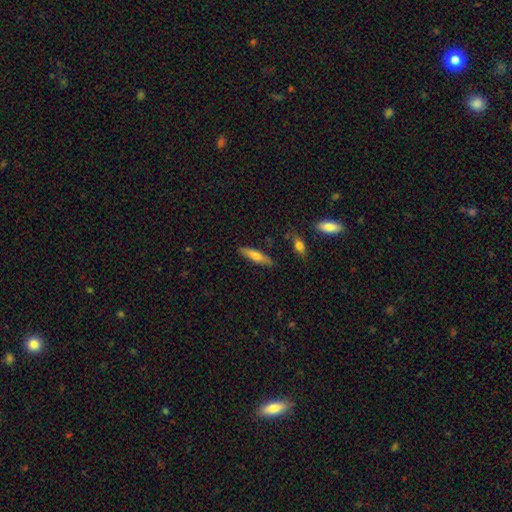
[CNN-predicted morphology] A smooth galaxy with no disk features (65%) that is cigar-shaped (73%).

Vote fractions:
- Smooth or featured? smooth: 65% / featured or disk: 28% / star or artifact: 6%
- How rounded? cigar-shaped: 73% / in between: 25% / round: 2%
- Merging? none: 84% / minor disturbance: 11% / merger: 2% / major disturbance: 2%